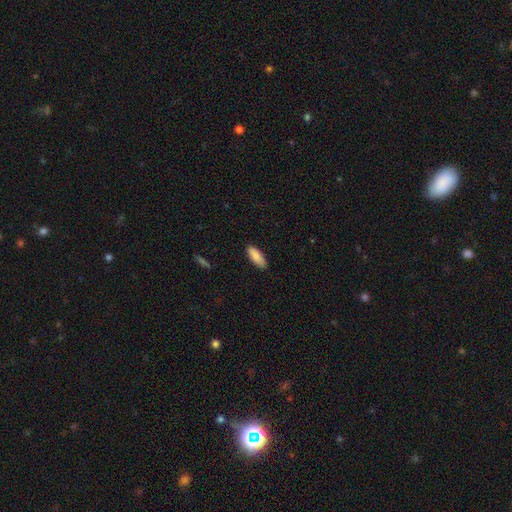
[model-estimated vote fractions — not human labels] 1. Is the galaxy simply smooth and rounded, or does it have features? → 88% smooth, 6% star or artifact, 6% featured or disk.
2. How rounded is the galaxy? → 68% in between, 31% cigar-shaped, 2% round.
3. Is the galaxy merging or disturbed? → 87% none, 10% minor disturbance, 2% major disturbance, 1% merger.